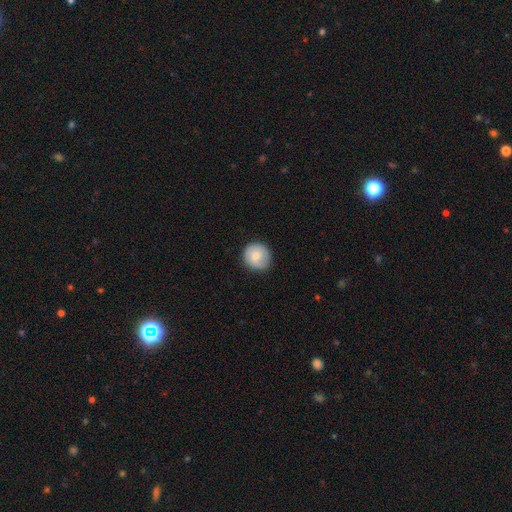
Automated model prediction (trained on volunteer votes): Smooth or featured: smooth — 77% (featured or disk — 16%)
How rounded: round — 90% (in between — 9%)
Merging: none — 83% (minor disturbance — 13%)